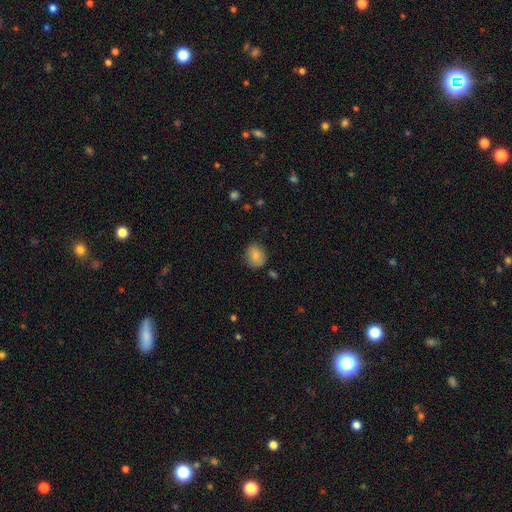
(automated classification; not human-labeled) Smooth or featured?
  - smooth: 84% *
  - star or artifact: 8%
  - featured or disk: 8%
How rounded?
  - round: 53% *
  - in between: 46%
  - cigar-shaped: 1%
Merging?
  - none: 83% *
  - minor disturbance: 13%
  - major disturbance: 3%
  - merger: 2%